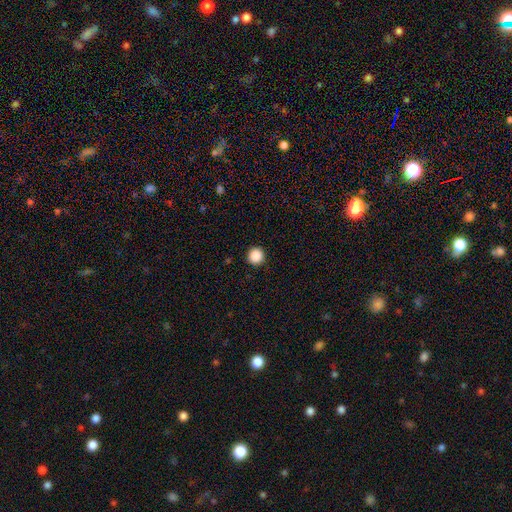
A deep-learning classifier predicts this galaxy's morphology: smooth-or-featured: smooth: 88% | star or artifact: 9% | featured or disk: 2%
  how-rounded: round: 96% | in between: 3% | cigar-shaped: 1%
  merging: none: 93% | minor disturbance: 4% | major disturbance: 2% | merger: 1%